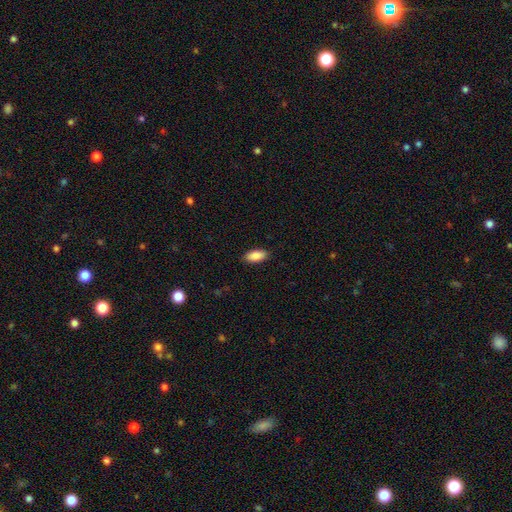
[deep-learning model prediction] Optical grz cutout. It shows a smooth galaxy with no disk features (89%) that is in between round and cigar-shaped (91%). Merging: none (88%).